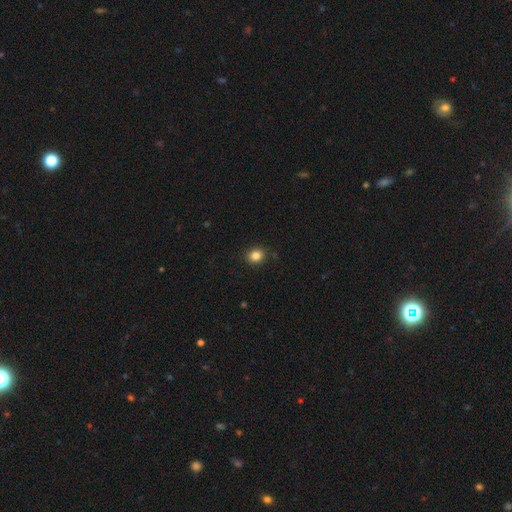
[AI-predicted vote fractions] A smooth galaxy with no disk features (85%) that is round (71%).

Vote fractions:
- Smooth or featured? smooth: 85% / star or artifact: 11% / featured or disk: 5%
- How rounded? round: 71% / in between: 28% / cigar-shaped: 1%
- Merging? none: 89% / minor disturbance: 8% / major disturbance: 2% / merger: 1%